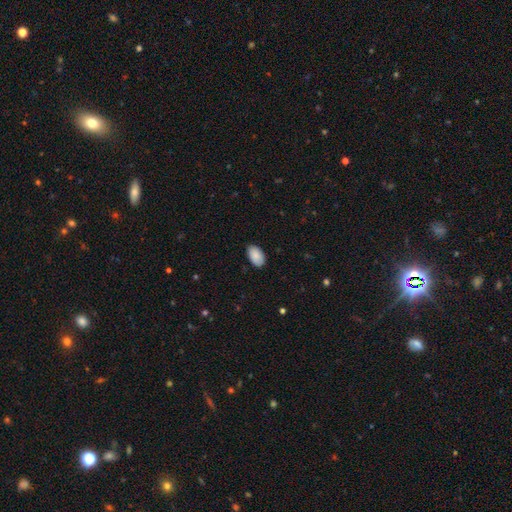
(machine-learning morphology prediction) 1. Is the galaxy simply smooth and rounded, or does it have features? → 89% smooth, 6% star or artifact, 5% featured or disk.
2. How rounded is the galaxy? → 94% in between, 5% round, 1% cigar-shaped.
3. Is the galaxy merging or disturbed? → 85% none, 12% minor disturbance, 2% major disturbance, 1% merger.